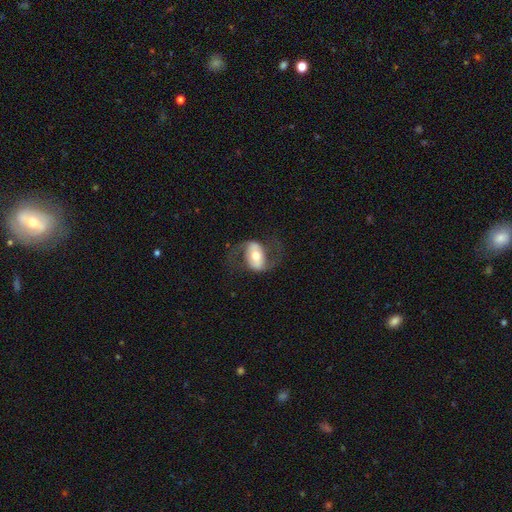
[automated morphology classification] This is likely a featured or disk galaxy (70%). It is clearly not viewed edge-on (95%). Bar: marginally weak (34%). Spiral arm pattern: clearly yes (80%). Spiral arm count: clearly 2 (90%). Spiral winding: possibly loose (46%). Central bulge: likely moderate (66%). Merging: likely none (66%).